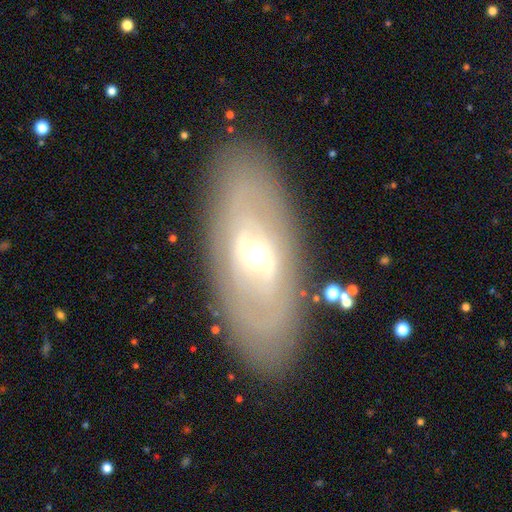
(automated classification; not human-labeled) featured or disk 70%, smooth 23%, star or artifact 7%. Down the decision tree: edge-on disk — no (85%); bar — no (63%); spiral arms — no (61%); bulge size — moderate (69%); merging — none (82%).